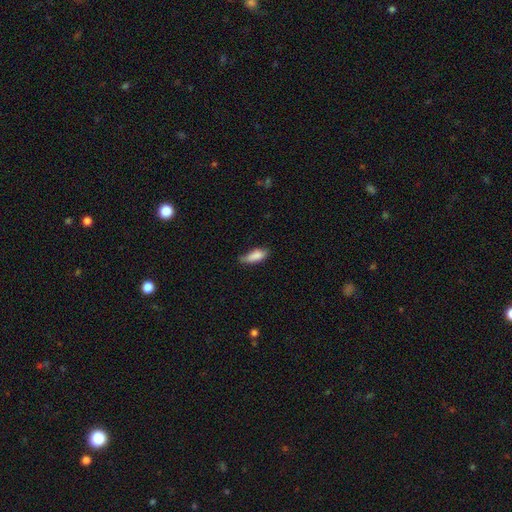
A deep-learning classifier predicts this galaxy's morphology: A smooth galaxy with no disk features (84%) that is in between round and cigar-shaped (70%). Merging: none (50%).